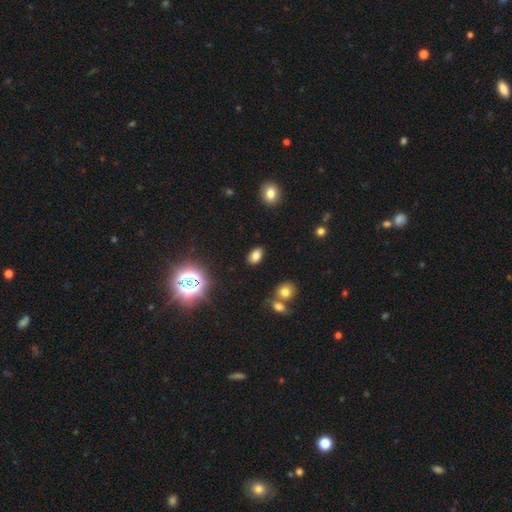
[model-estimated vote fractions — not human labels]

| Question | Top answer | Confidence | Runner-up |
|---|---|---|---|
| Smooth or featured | smooth | 77% | star or artifact (15%) |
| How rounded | in between | 89% | round (9%) |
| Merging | none | 86% | minor disturbance (9%) |